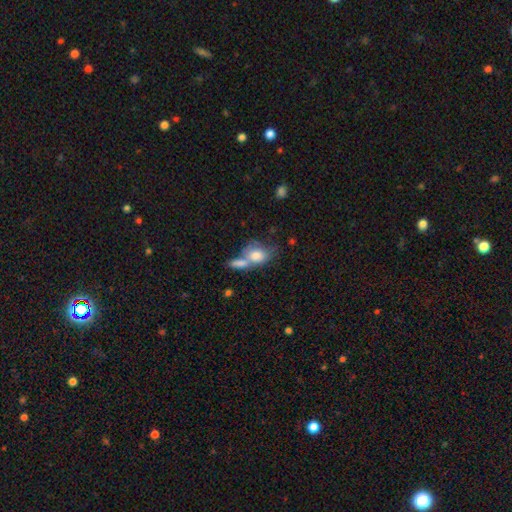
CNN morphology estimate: Smooth or featured? Predicted: smooth (p=0.76). How rounded? Predicted: in between (p=0.67). Merging? Predicted: merger (p=0.53).